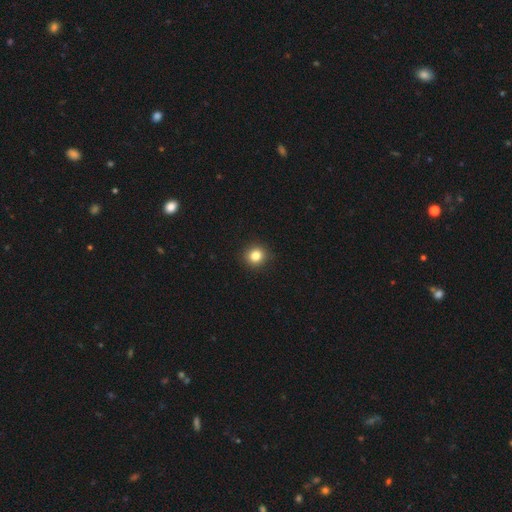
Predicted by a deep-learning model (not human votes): Smooth or featured?
  - smooth: 83% *
  - star or artifact: 12%
  - featured or disk: 5%
How rounded?
  - round: 89% *
  - in between: 10%
  - cigar-shaped: 1%
Merging?
  - none: 92% *
  - minor disturbance: 5%
  - major disturbance: 2%
  - merger: 1%